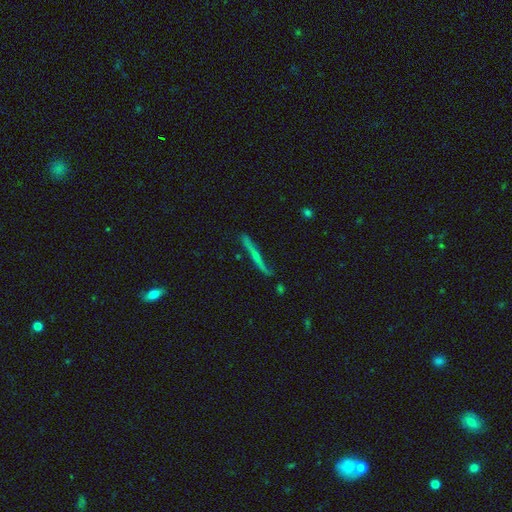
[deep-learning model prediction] A featured or disk galaxy (67%) viewed edge-on (91%) with a rounded central bulge (48%).

Vote fractions:
- Smooth or featured? featured or disk: 67% / smooth: 23% / star or artifact: 10%
- Edge-on disk? yes: 91% / no: 9%
- Edge-on bulge? rounded: 48% / none: 44% / boxy: 8%
- Merging? none: 75% / minor disturbance: 17% / major disturbance: 5% / merger: 3%